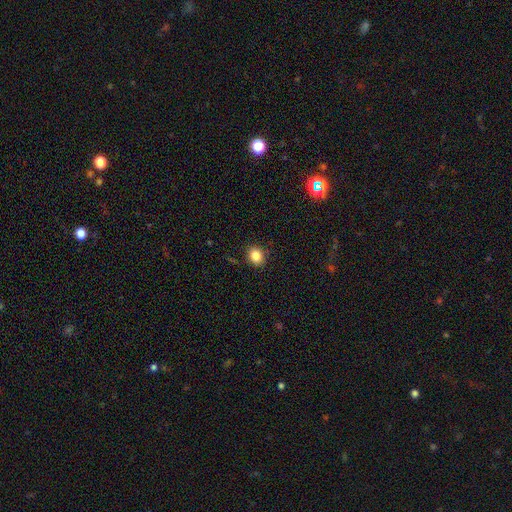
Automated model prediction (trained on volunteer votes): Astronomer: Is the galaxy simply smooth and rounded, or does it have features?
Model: smooth — 84%.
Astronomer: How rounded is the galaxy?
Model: round — 64%.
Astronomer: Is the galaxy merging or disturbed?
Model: none — 87%.